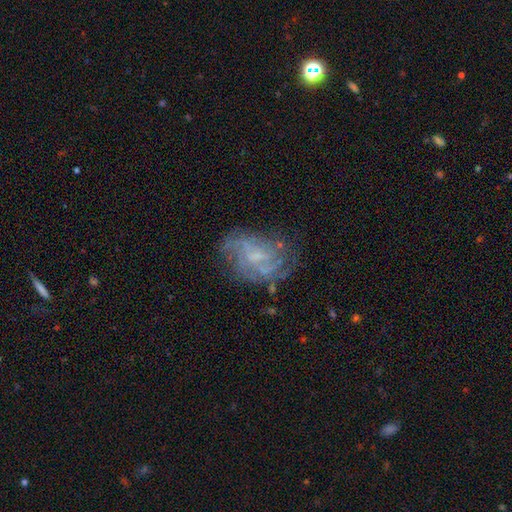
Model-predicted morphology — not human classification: type=featured or disk (71%); edge-on=no (97%); bar=no (51%); spiral arms=yes (81%); winding=tight (40%, tied with medium); arm count=can't tell (45%); bulge=small (52%); merging=none (65%).